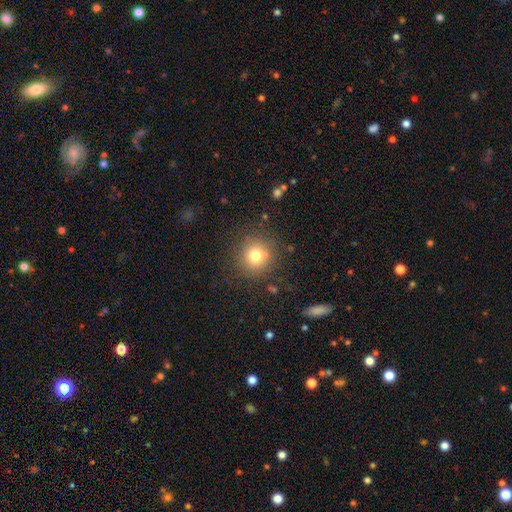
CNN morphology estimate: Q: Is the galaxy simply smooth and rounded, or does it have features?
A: smooth — 77%.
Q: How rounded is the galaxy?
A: round — 91%.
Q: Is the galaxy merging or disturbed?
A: none — 84%.